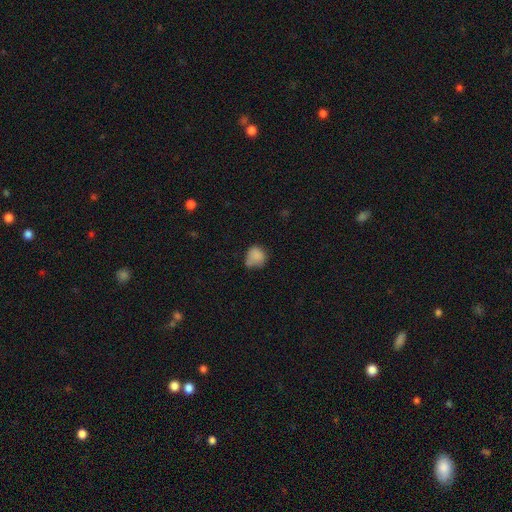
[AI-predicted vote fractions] This appears to be a smooth galaxy with no disk features (82%) that is round (77%). Merging: none (47%).